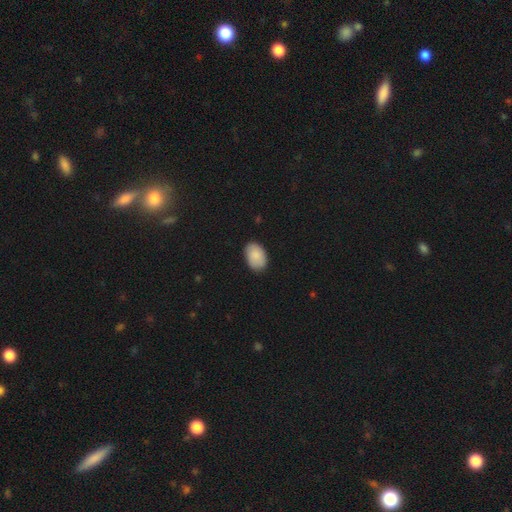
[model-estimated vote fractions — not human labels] This appears to be a smooth galaxy with no disk features (88%) that is in between round and cigar-shaped (88%). Merging: none (84%).